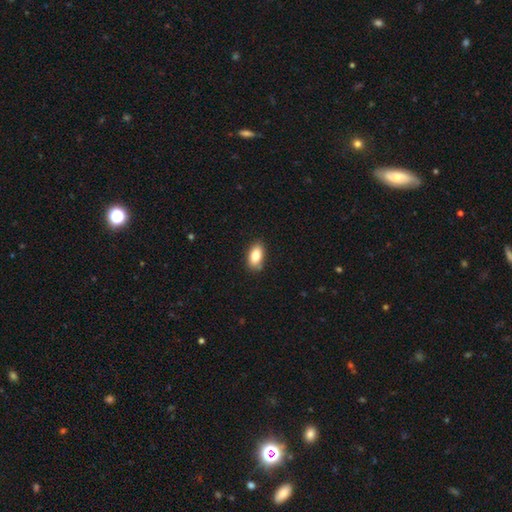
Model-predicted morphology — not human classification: Smooth or featured? smooth (84%)
How rounded? in between (91%)
Merging? none (83%)